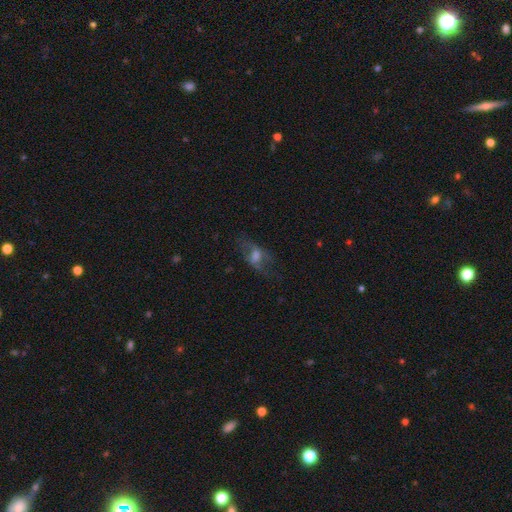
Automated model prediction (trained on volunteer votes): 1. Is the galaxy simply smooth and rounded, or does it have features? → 52% featured or disk, 35% smooth, 13% star or artifact.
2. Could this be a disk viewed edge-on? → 80% no, 20% yes.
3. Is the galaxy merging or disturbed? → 59% none, 21% major disturbance, 19% minor disturbance, 2% merger.